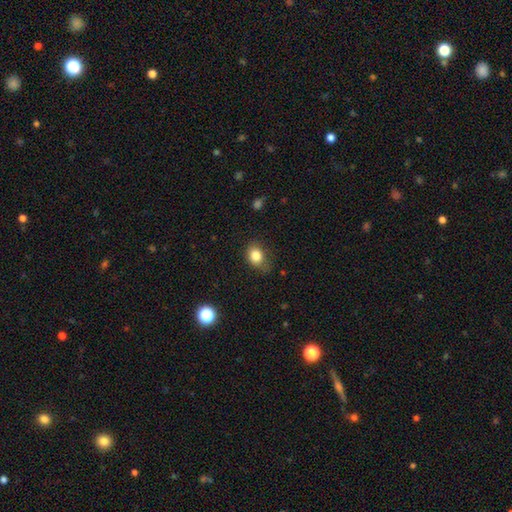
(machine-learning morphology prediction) This is clearly a smooth galaxy (82%). How rounded: possibly in between (53%). Merging: likely none (63%).